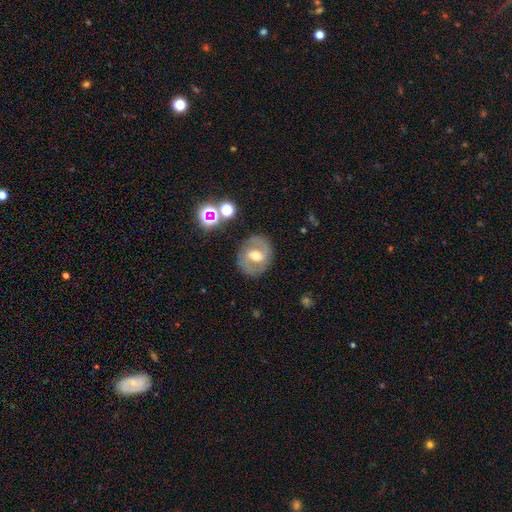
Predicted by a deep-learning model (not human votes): smooth_or_featured: featured or disk (p=0.70) [alt: smooth p=0.22]
disk_edge_on: no (p=0.97) [alt: yes p=0.03]
bar: weak (p=0.48) [alt: strong p=0.27]
has_spiral_arms: yes (p=0.77) [alt: no p=0.23]
spiral_winding: medium (p=0.48) [alt: tight p=0.35]
spiral_arm_count: 2 (p=0.84) [alt: can't tell p=0.09]
bulge_size: moderate (p=0.72) [alt: small p=0.17]
merging: none (p=0.82) [alt: minor disturbance p=0.11]